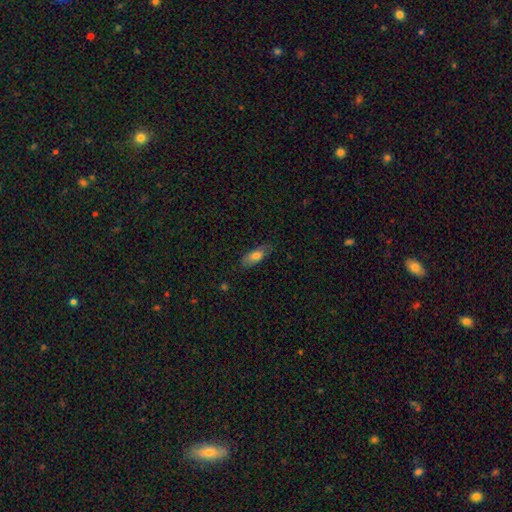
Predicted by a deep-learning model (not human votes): Smooth or featured? Predicted: smooth (p=0.77). How rounded? Predicted: in between (p=0.77). Merging? Predicted: none (p=0.75).